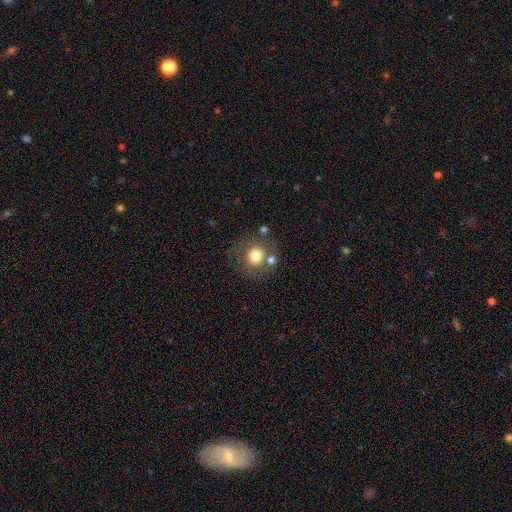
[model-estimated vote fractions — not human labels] Smooth or featured? smooth (74%)
How rounded? round (89%)
Merging? none (70%)